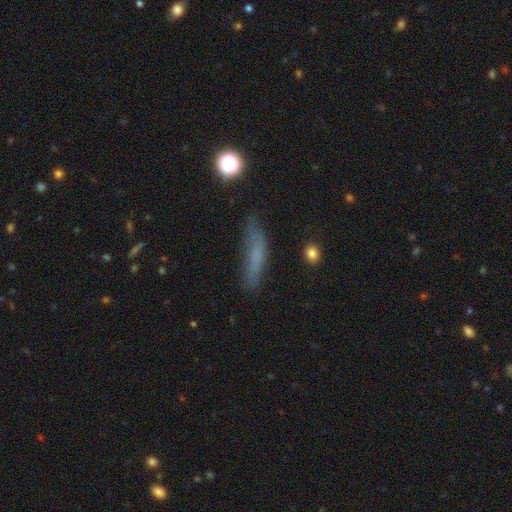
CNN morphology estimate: This appears to be a smooth galaxy with no disk features (64%) that is cigar-shaped (76%). Merging: none (67%).